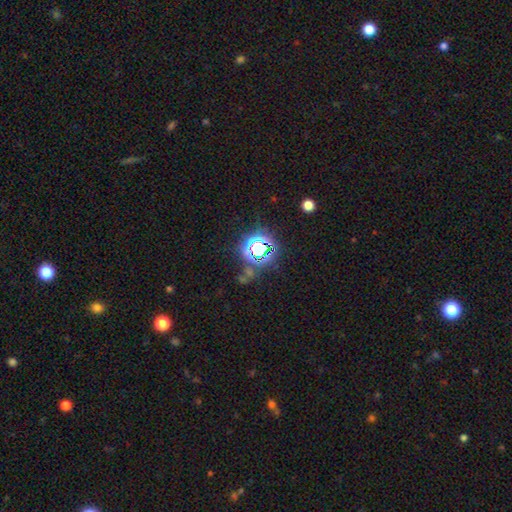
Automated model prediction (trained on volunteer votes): Smooth or featured? star or artifact (79%)